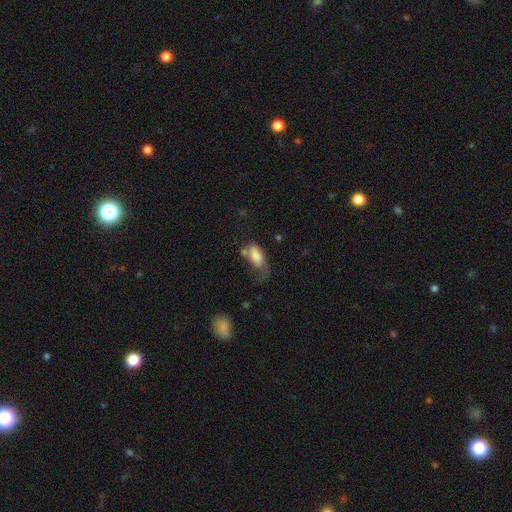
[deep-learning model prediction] A smooth galaxy with no disk features (74%) that is in between round and cigar-shaped (89%). Merging: major disturbance (44%).